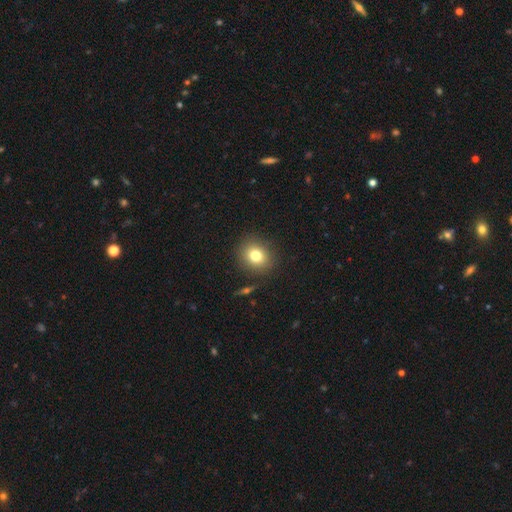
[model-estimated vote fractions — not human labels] A smooth galaxy with no disk features (78%) that is round (78%).

Vote fractions:
- Smooth or featured? smooth: 78% / star or artifact: 12% / featured or disk: 10%
- How rounded? round: 78% / in between: 21% / cigar-shaped: 1%
- Merging? none: 88% / minor disturbance: 8% / major disturbance: 3% / merger: 2%